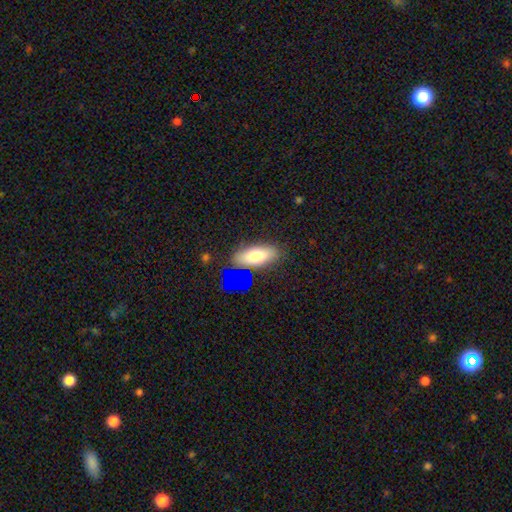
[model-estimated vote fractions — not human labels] smooth 65%, featured or disk 18%, star or artifact 17%. Down the decision tree: how rounded — in between (76%); merging — none (73%).